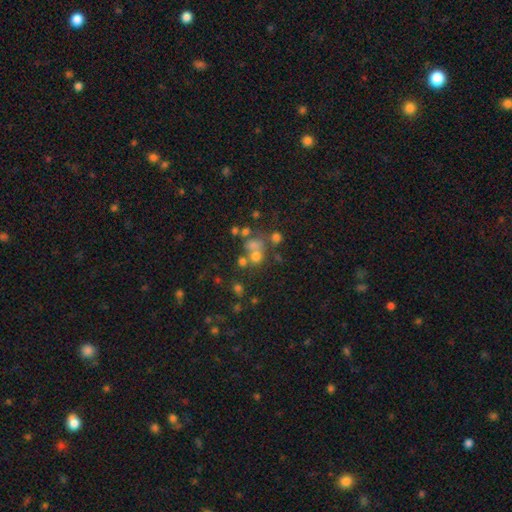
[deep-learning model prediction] smooth 51%, star or artifact 27%, featured or disk 21%. Down the decision tree: how rounded — round (74%); merging — none (43%).